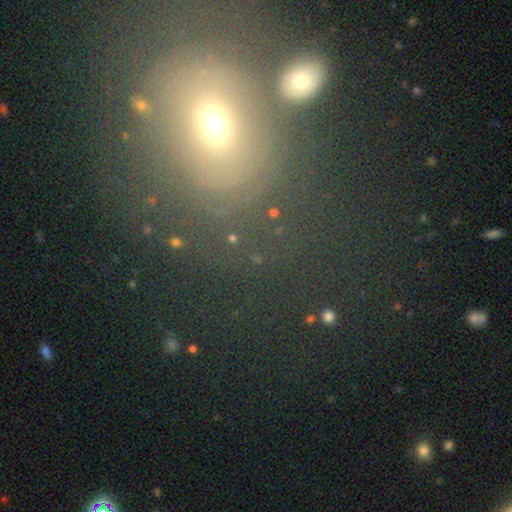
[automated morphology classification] Smooth or featured? Predicted: smooth (p=0.49). Merging? Predicted: none (p=0.63).